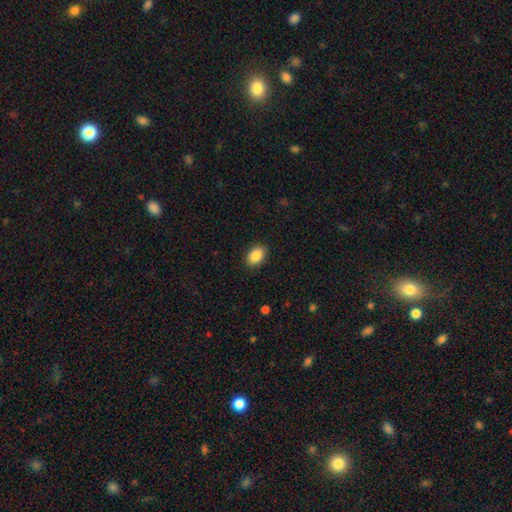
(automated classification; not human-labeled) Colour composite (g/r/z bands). It shows a smooth galaxy with no disk features (88%) that is in between round and cigar-shaped (84%). Merging: none (88%).